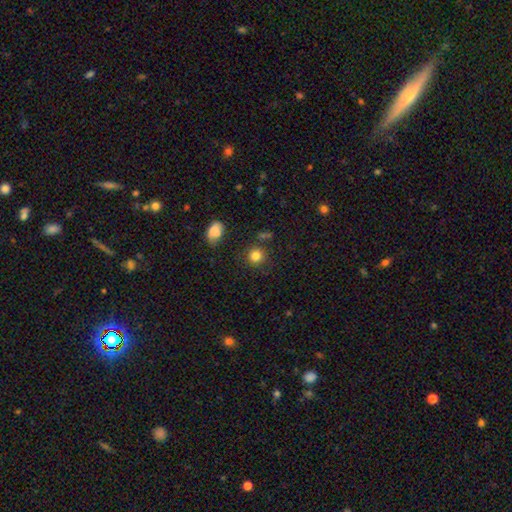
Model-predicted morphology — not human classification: Smooth or featured: smooth — 82% (star or artifact — 12%)
How rounded: round — 89% (in between — 10%)
Merging: none — 83% (minor disturbance — 10%)